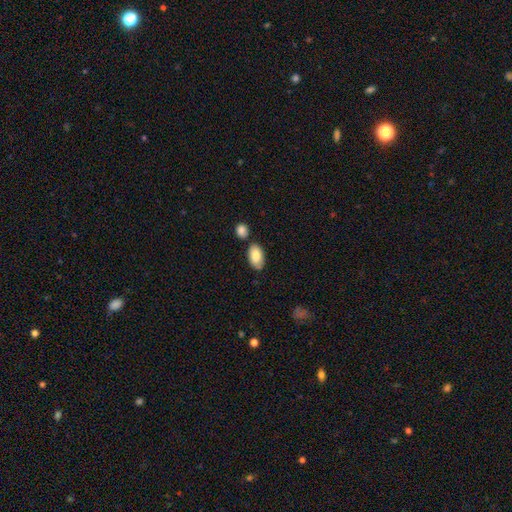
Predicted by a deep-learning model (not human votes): Overall: smooth (83%). How rounded: in between (94%). Merging: none (75%).